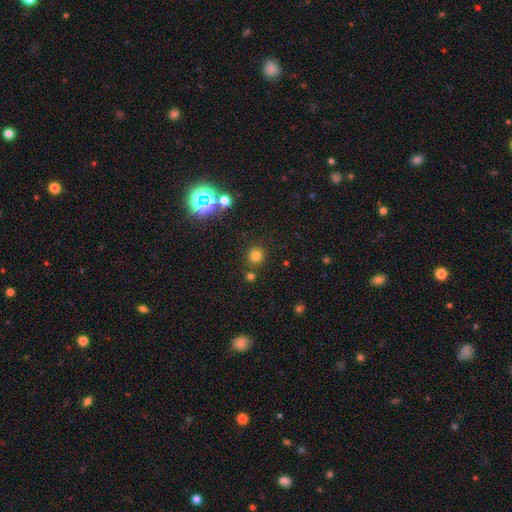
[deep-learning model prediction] A smooth galaxy with no disk features (75%) that is round (93%).

Vote fractions:
- Smooth or featured? smooth: 75% / star or artifact: 20% / featured or disk: 6%
- How rounded? round: 93% / in between: 6% / cigar-shaped: 1%
- Merging? none: 83% / merger: 7% / minor disturbance: 7% / major disturbance: 3%